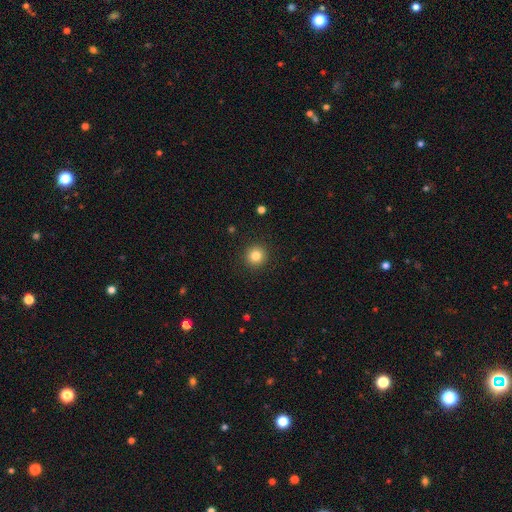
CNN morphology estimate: Overall: smooth (83%). How rounded: round (94%). Merging: none (92%).